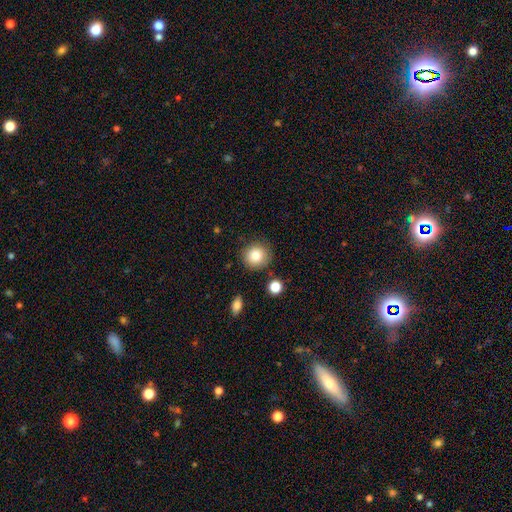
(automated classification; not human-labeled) Smooth or featured?
  - smooth: 85% *
  - star or artifact: 9%
  - featured or disk: 7%
How rounded?
  - round: 90% *
  - in between: 10%
  - cigar-shaped: 1%
Merging?
  - none: 83% *
  - minor disturbance: 11%
  - merger: 3%
  - major disturbance: 3%